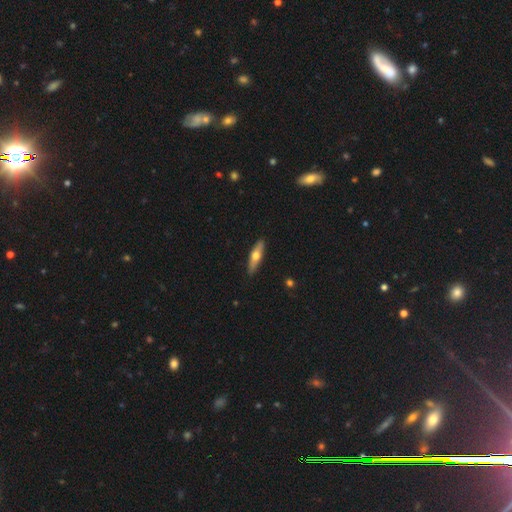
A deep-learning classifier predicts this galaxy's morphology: This is possibly a smooth galaxy (51%). How rounded: likely cigar-shaped (67%). Merging: clearly none (89%).